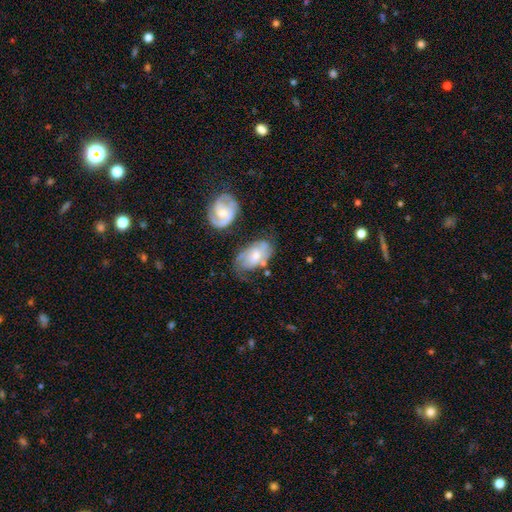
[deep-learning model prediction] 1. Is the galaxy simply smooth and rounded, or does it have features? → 64% featured or disk, 29% smooth, 6% star or artifact.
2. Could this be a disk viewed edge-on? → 95% no, 5% yes.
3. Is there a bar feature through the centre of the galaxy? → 61% no, 33% weak, 6% strong.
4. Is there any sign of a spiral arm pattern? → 85% yes, 15% no.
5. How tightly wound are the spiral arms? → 45% tight, 39% medium, 16% loose.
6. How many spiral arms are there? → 41% 2, 35% can't tell, 11% 3, 7% 1, 3% 4, 2% more than 4.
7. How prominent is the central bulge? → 47% moderate, 45% small, 3% large, 3% none, 1% dominant.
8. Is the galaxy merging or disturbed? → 47% none, 27% minor disturbance, 15% major disturbance, 12% merger.